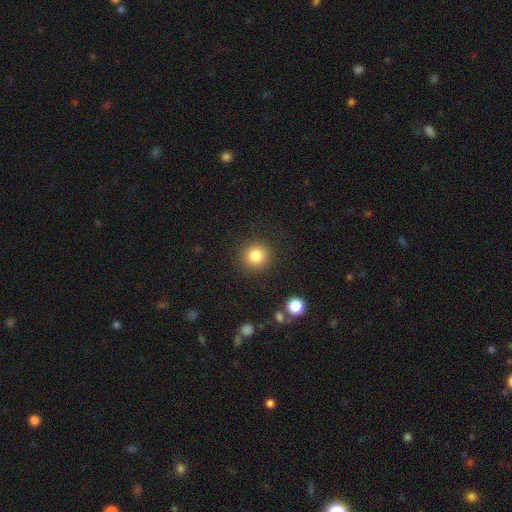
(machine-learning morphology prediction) Smooth or featured?
  - smooth: 83% *
  - star or artifact: 11%
  - featured or disk: 6%
How rounded?
  - round: 93% *
  - in between: 6%
  - cigar-shaped: 1%
Merging?
  - none: 89% *
  - minor disturbance: 7%
  - major disturbance: 3%
  - merger: 1%